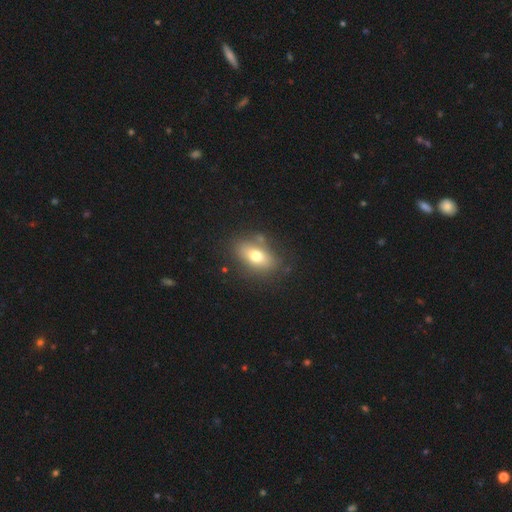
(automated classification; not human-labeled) Smooth or featured?
  - smooth: 70% *
  - featured or disk: 20%
  - star or artifact: 10%
How rounded?
  - in between: 83% *
  - round: 12%
  - cigar-shaped: 5%
Merging?
  - none: 75% *
  - minor disturbance: 15%
  - major disturbance: 5%
  - merger: 5%